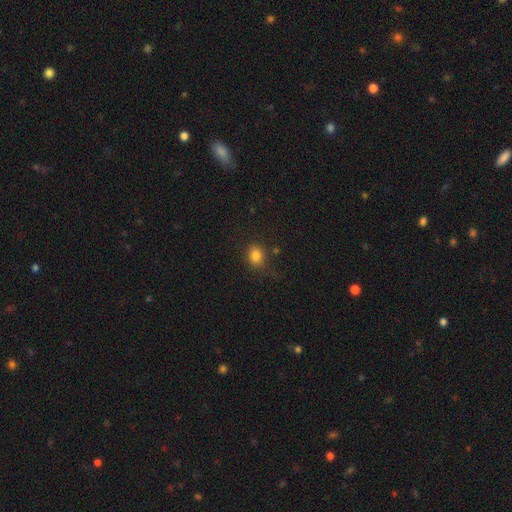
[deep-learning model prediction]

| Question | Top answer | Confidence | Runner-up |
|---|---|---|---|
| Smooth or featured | smooth | 82% | star or artifact (12%) |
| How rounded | round | 57% | in between (42%) |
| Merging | none | 75% | minor disturbance (16%) |